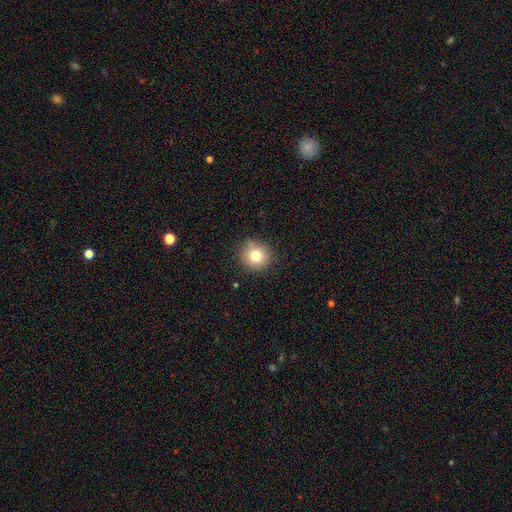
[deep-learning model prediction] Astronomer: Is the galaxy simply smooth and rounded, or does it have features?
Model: smooth — 79%.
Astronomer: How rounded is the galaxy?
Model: round — 91%.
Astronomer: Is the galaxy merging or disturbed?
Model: none — 87%.